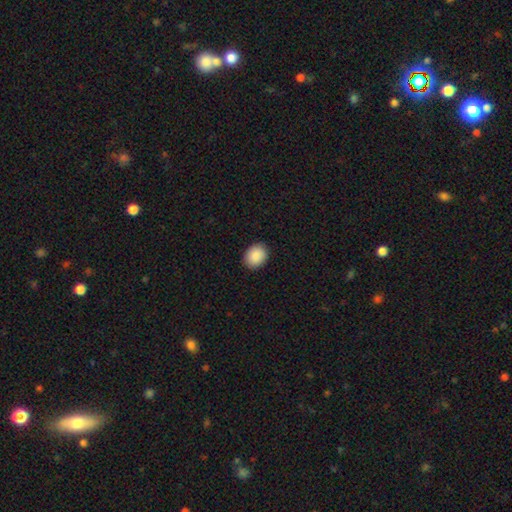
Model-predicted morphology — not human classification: A smooth galaxy with no disk features (90%) that is in between round and cigar-shaped (56%). Merging: none (90%).